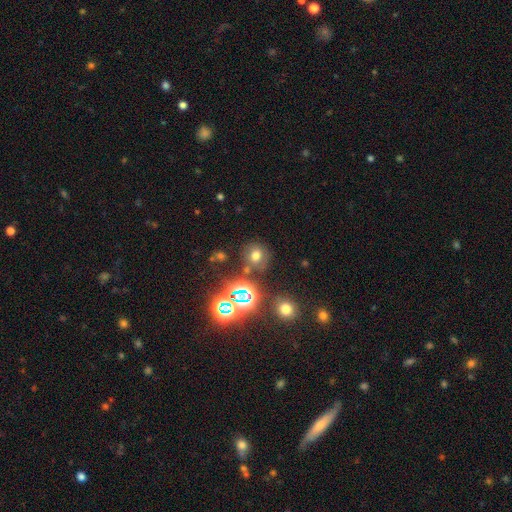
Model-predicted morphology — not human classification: Q: Smooth or featured?
A: smooth (60%); runner-up: star or artifact (29%)
Q: How rounded?
A: round (83%); runner-up: in between (16%)
Q: Merging?
A: none (77%); runner-up: minor disturbance (11%)